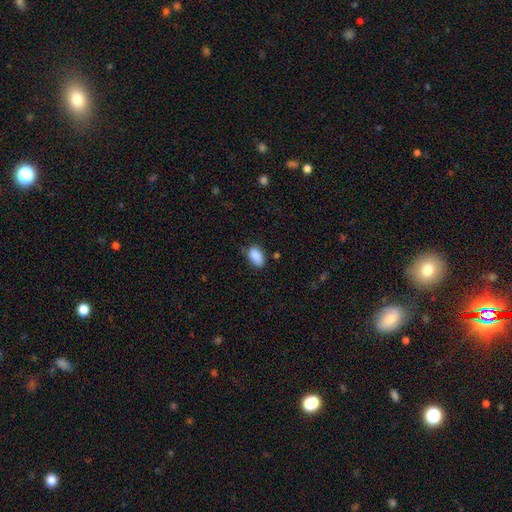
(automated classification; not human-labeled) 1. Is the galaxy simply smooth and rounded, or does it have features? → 89% smooth, 8% star or artifact, 4% featured or disk.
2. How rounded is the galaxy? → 92% in between, 6% round, 2% cigar-shaped.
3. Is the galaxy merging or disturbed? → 70% none, 23% minor disturbance, 5% major disturbance, 2% merger.